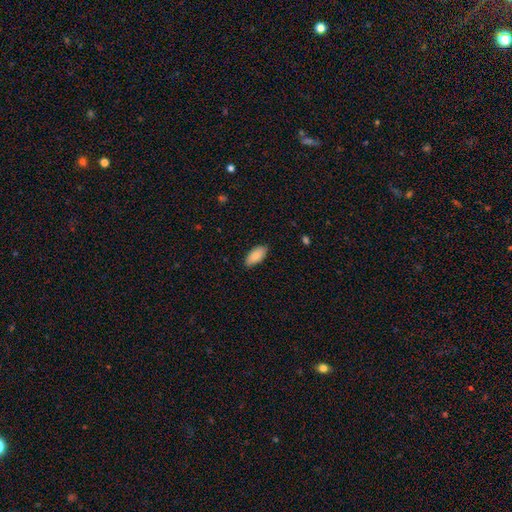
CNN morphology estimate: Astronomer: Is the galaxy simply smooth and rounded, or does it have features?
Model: smooth — 87%.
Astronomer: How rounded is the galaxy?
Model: in between — 91%.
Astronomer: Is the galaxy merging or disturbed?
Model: none — 83%.